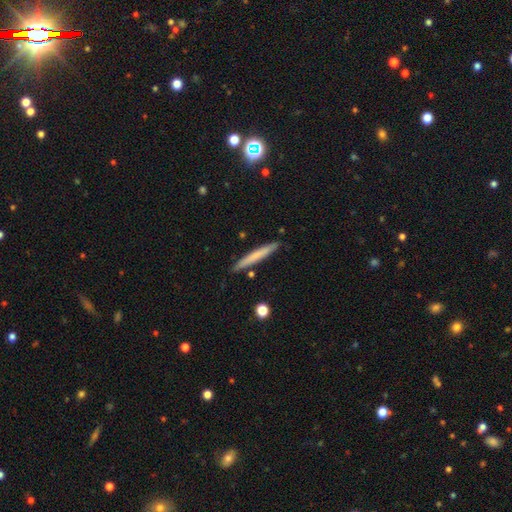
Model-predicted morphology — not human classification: Smooth or featured?
  - smooth: 66% *
  - featured or disk: 28%
  - star or artifact: 6%
How rounded?
  - cigar-shaped: 96% *
  - in between: 3%
  - round: 1%
Merging?
  - none: 88% *
  - minor disturbance: 8%
  - merger: 2%
  - major disturbance: 2%